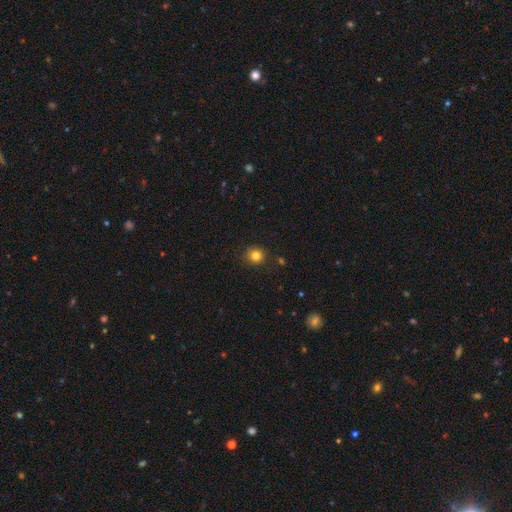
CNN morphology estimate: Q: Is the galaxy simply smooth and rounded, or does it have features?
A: smooth — 82%.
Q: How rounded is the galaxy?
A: round — 90%.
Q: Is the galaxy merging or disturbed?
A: none — 88%.